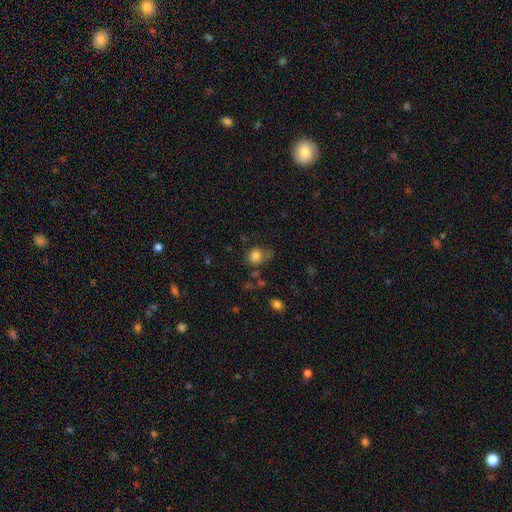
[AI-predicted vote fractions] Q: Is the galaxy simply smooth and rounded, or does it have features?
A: smooth — 81%.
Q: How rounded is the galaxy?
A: round — 65%.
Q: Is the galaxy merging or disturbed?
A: none — 47%.